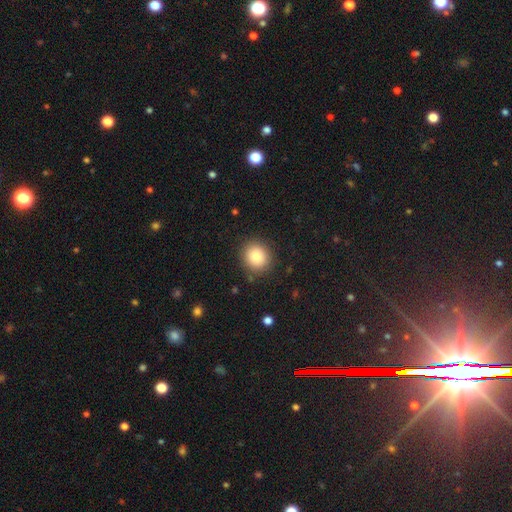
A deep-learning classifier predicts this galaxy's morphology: smooth_or_featured: smooth (p=0.82) [alt: star or artifact p=0.10]
how_rounded: round (p=0.83) [alt: in between p=0.16]
merging: none (p=0.88) [alt: minor disturbance p=0.08]